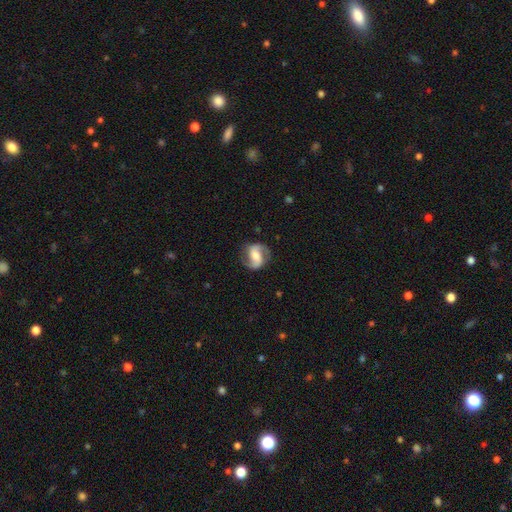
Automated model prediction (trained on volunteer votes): Smooth or featured? Predicted: featured or disk (p=0.83). Edge-on disk? Predicted: no (p=0.98). Bar? Predicted: weak (p=0.40). Spiral arms? Predicted: yes (p=0.96). Spiral winding? Predicted: medium (p=0.50). Spiral arm count? Predicted: 2 (p=0.92). Bulge size? Predicted: moderate (p=0.51). Merging? Predicted: none (p=0.81).